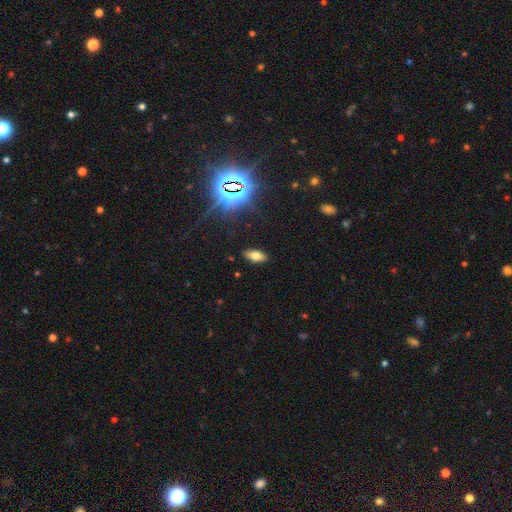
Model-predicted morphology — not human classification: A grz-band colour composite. It shows a smooth galaxy with no disk features (67%) that is in between round and cigar-shaped (89%). Merging: none (88%).